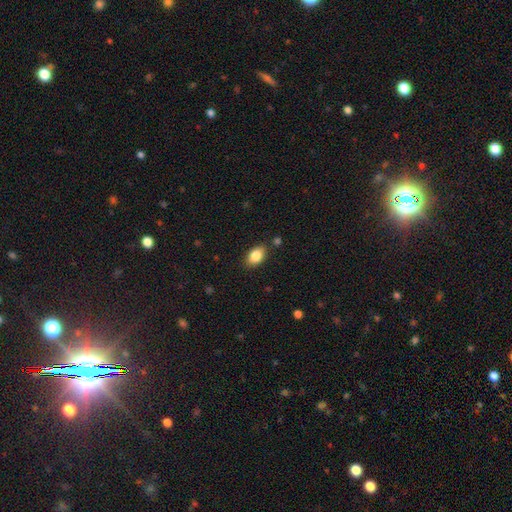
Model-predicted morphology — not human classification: Smooth or featured: smooth — 86% (star or artifact — 8%)
How rounded: in between — 87% (round — 11%)
Merging: none — 84% (minor disturbance — 11%)